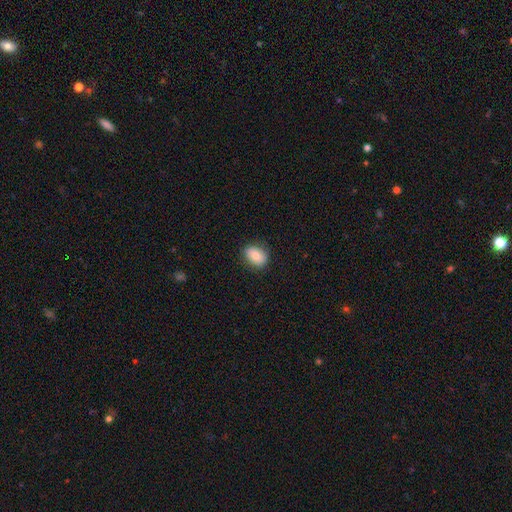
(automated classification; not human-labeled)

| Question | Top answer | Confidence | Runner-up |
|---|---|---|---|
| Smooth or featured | smooth | 78% | featured or disk (14%) |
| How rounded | in between | 63% | round (36%) |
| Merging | none | 84% | minor disturbance (13%) |